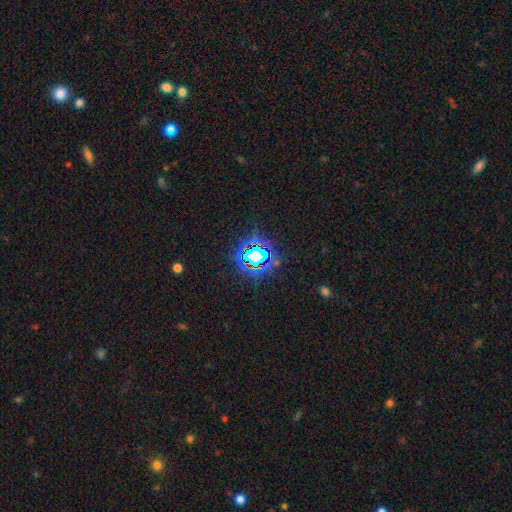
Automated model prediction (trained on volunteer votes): Smooth or featured: star or artifact — 71% (smooth — 17%)